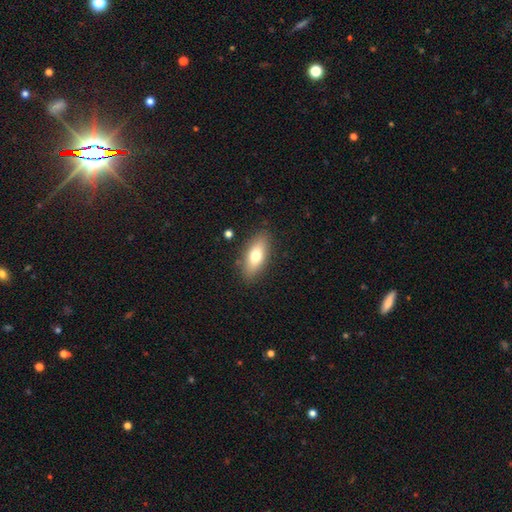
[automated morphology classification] Smooth or featured: smooth — 72% (featured or disk — 21%)
How rounded: in between — 76% (cigar-shaped — 20%)
Merging: none — 85% (minor disturbance — 10%)